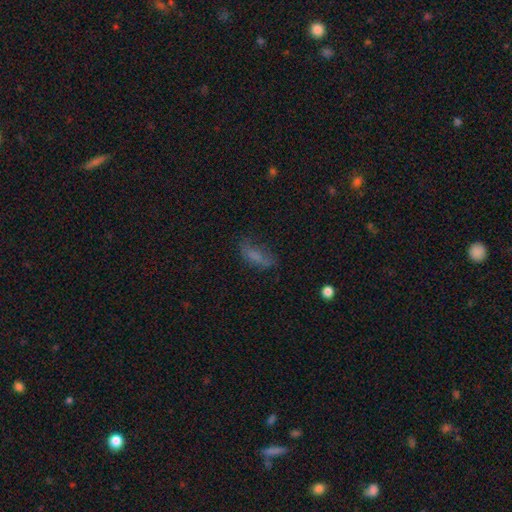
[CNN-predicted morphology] A smooth galaxy with no disk features (67%) that is in between round and cigar-shaped (66%). Merging: none (52%).